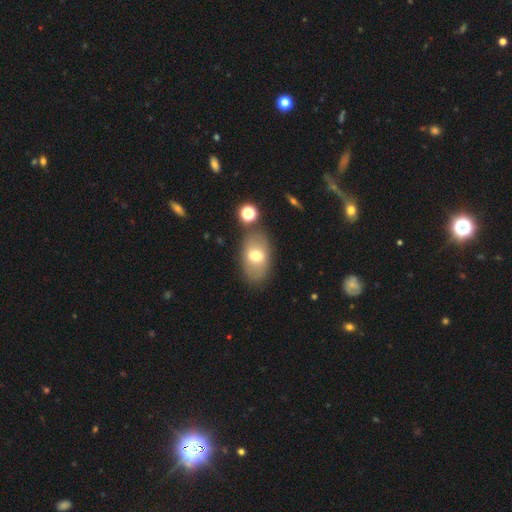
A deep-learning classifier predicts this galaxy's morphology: The model was most divided on "smooth or featured": smooth: 64%, featured or disk: 28%, star or artifact: 8%. More confident: how rounded — in between (89%); merging — none (76%).